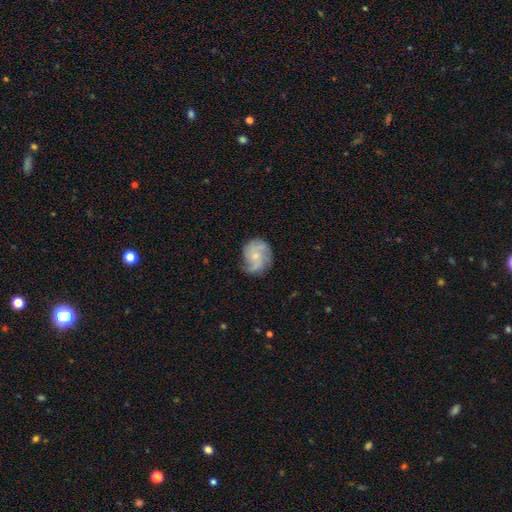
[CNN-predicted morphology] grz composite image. It shows a featured or disk galaxy (68%) with no bar (75%), 3 (33%) medium (44%) spiral arms (92%) and a small central bulge (69%). Merging: none (68%).